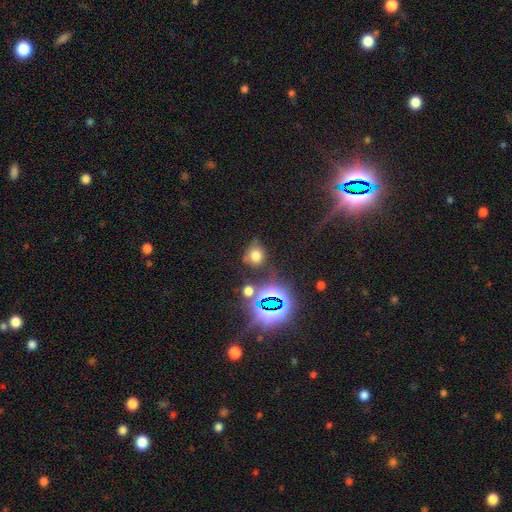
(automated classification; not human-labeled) Smooth or featured? Predicted: smooth (p=0.62). How rounded? Predicted: round (p=0.74). Merging? Predicted: none (p=0.62).